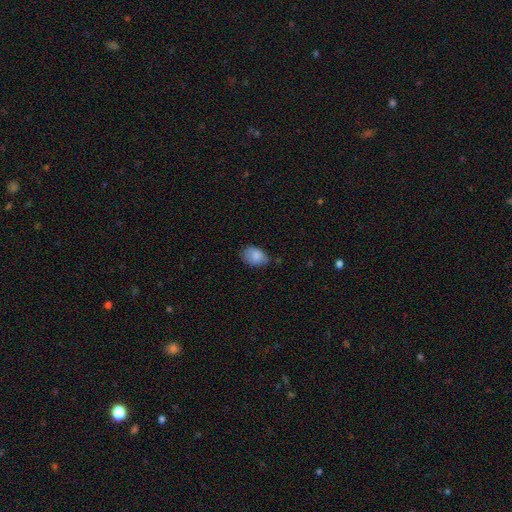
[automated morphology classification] smooth-or-featured: smooth: 86% | star or artifact: 8% | featured or disk: 7%
  how-rounded: in between: 81% | round: 18% | cigar-shaped: 1%
  merging: none: 67% | minor disturbance: 27% | major disturbance: 5% | merger: 2%